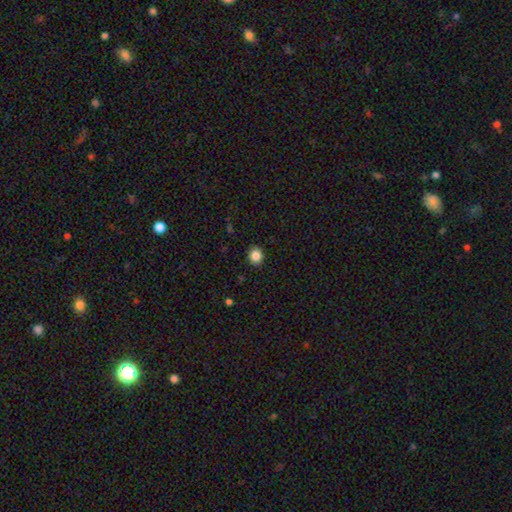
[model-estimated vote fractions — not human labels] smooth 85%, star or artifact 11%, featured or disk 4%. Down the decision tree: how rounded — round (78%); merging — none (91%).